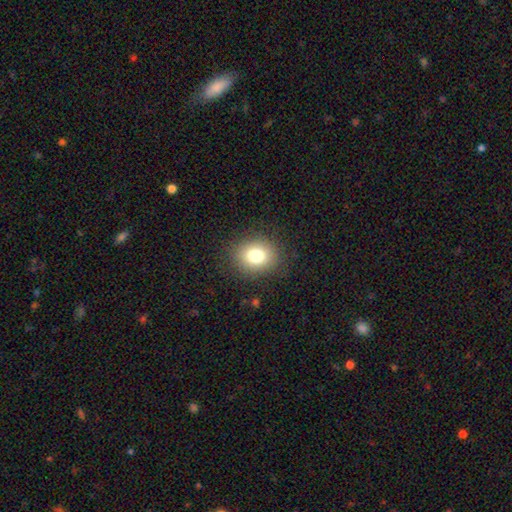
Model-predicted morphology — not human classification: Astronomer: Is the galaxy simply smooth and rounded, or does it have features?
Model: smooth — 79%.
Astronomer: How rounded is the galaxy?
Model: round — 61% (runner-up: in between, 38%).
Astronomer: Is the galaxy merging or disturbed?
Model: none — 87%.